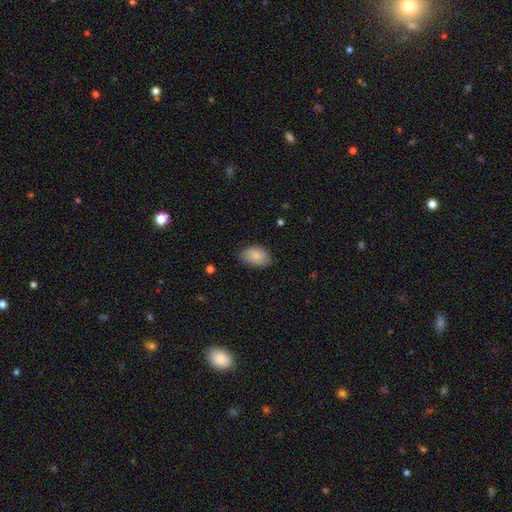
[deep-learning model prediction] A smooth galaxy with no disk features (82%) that is in between round and cigar-shaped (87%).

Vote fractions:
- Smooth or featured? smooth: 82% / featured or disk: 11% / star or artifact: 7%
- How rounded? in between: 87% / round: 12% / cigar-shaped: 1%
- Merging? none: 71% / minor disturbance: 24% / major disturbance: 4% / merger: 1%